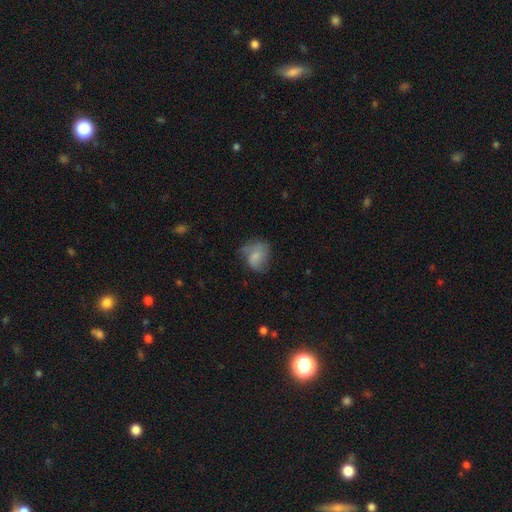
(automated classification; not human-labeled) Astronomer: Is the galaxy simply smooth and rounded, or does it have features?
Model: smooth — 64%.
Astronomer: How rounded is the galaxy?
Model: in between — 53% (runner-up: round, 46%).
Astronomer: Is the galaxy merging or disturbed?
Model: none — 41% (runner-up: minor disturbance, 34%).